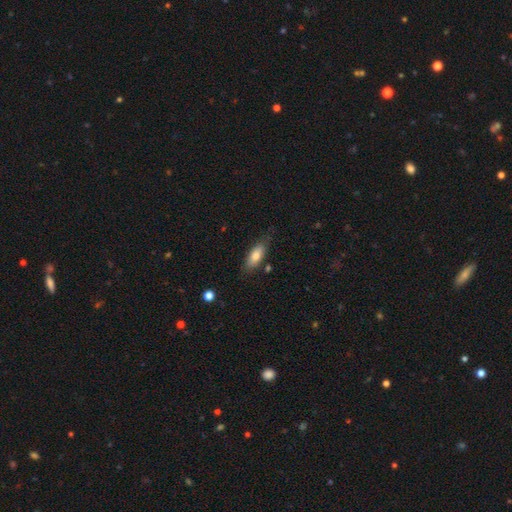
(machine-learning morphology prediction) type=smooth (76%); roundness=in between (76%); merging=none (75%).